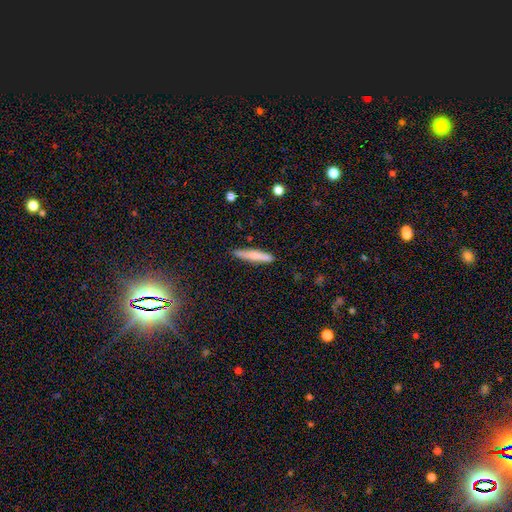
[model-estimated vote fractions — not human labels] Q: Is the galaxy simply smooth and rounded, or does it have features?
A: smooth — 74%.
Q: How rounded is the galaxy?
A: cigar-shaped — 92%.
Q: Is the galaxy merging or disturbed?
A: none — 85%.